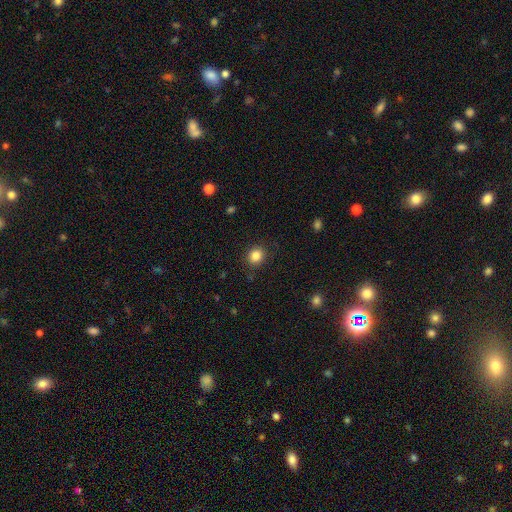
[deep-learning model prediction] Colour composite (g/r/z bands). It shows a smooth galaxy with no disk features (84%) that is round (76%). Merging: none (87%).